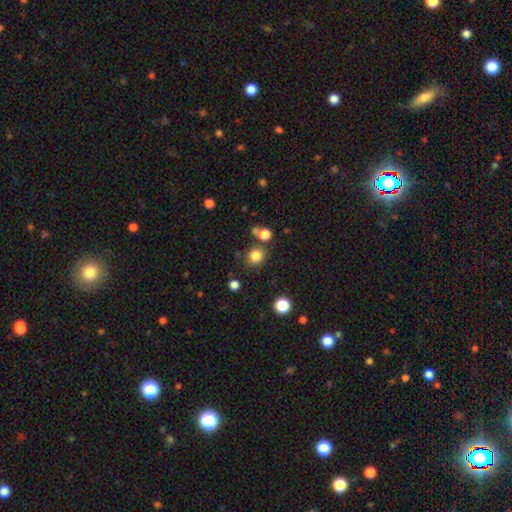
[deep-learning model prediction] smooth 82%, star or artifact 13%, featured or disk 5%. Down the decision tree: how rounded — round (83%); merging — none (78%).